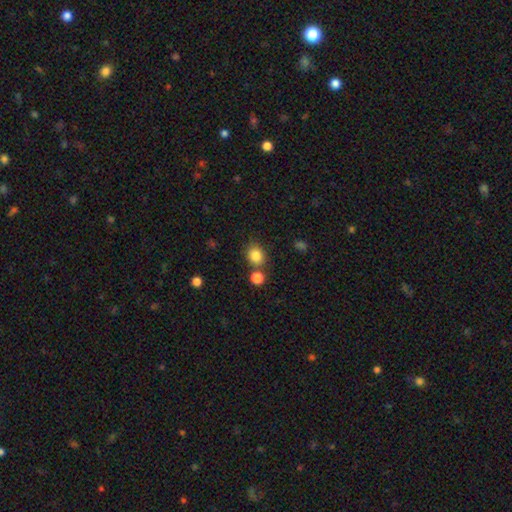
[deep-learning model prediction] smooth 84%, star or artifact 11%, featured or disk 5%. Down the decision tree: how rounded — round (70%); merging — none (72%).